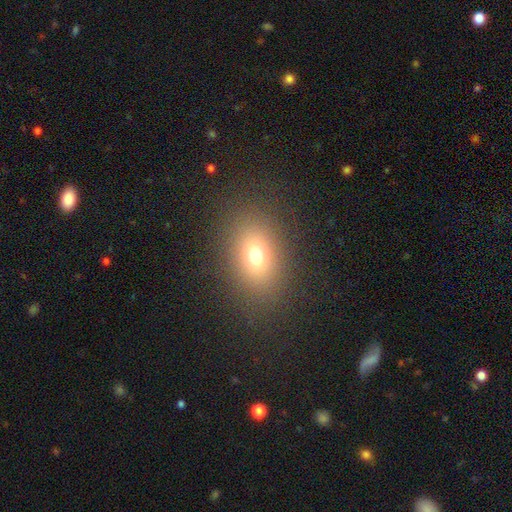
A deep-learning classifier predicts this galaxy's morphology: The model was most divided on "how rounded": in between: 71%, round: 28%, cigar-shaped: 2%. More confident: merging — none (85%); smooth or featured — smooth (71%).